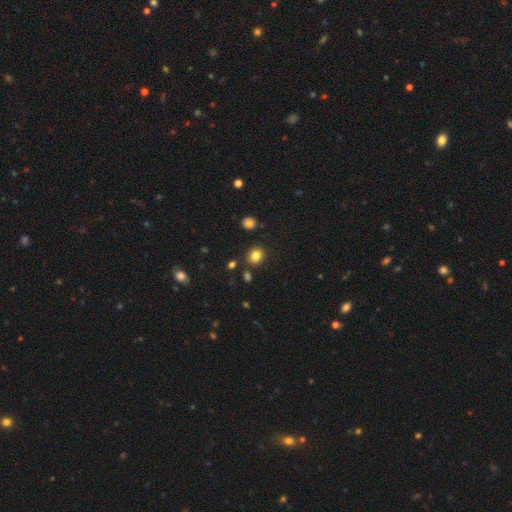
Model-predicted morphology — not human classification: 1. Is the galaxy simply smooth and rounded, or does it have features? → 83% smooth, 12% star or artifact, 5% featured or disk.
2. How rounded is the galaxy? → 72% round, 27% in between, 1% cigar-shaped.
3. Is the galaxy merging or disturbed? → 85% none, 8% minor disturbance, 4% merger, 3% major disturbance.